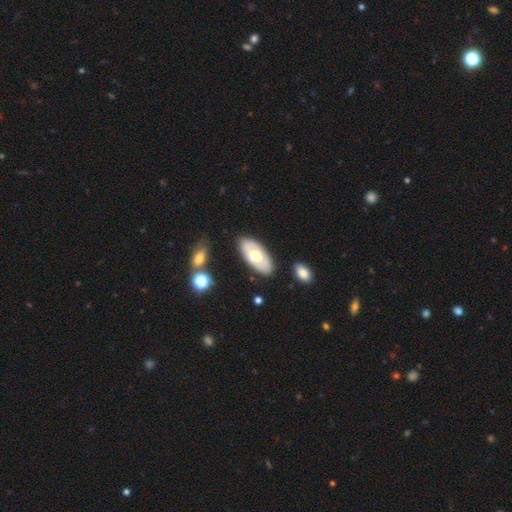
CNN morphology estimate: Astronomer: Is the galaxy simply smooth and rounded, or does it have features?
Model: featured or disk — 50% (runner-up: smooth, 44%).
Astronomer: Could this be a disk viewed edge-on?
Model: no — 84%.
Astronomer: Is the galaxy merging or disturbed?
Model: none — 82%.